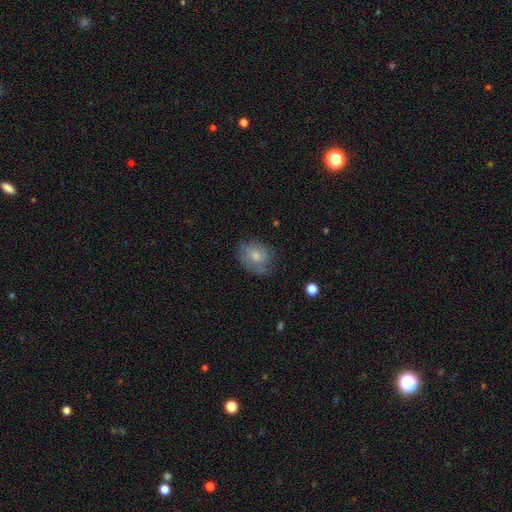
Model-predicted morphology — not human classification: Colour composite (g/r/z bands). It shows a smooth galaxy with no disk features (66%) that is in between round and cigar-shaped (53%). Merging: none (64%).